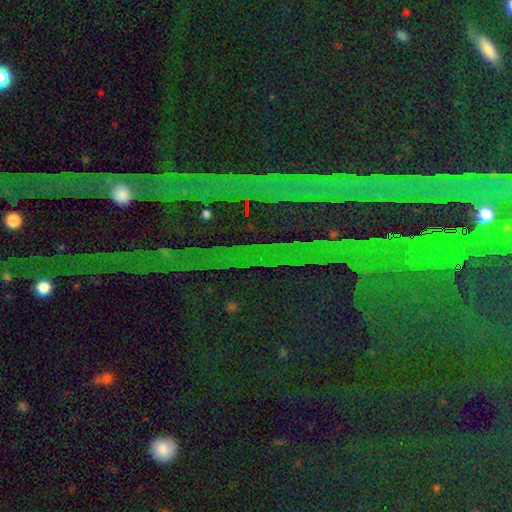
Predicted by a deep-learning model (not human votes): Morphology: type=star or artifact (83%).